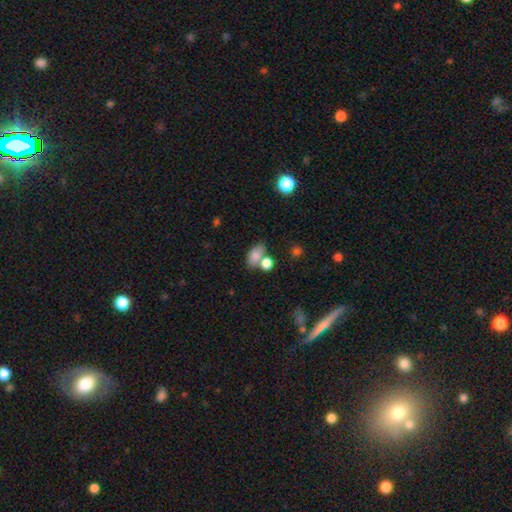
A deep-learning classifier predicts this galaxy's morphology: The model was most divided on "merging": none: 46%, merger: 32%, minor disturbance: 15%, major disturbance: 6%. More confident: how rounded — in between (85%); smooth or featured — smooth (80%).